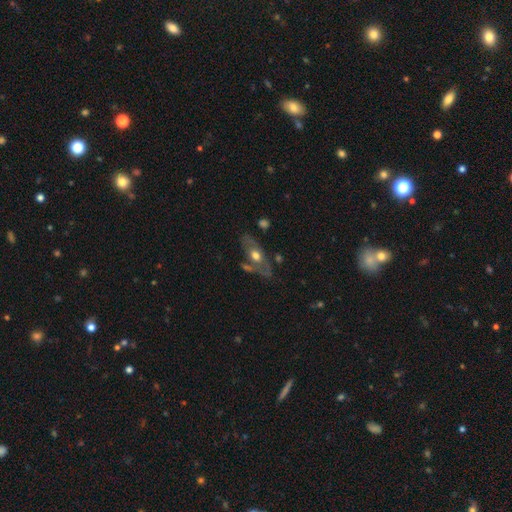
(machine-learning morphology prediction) Q: Smooth or featured?
A: featured or disk (57%); runner-up: smooth (36%)
Q: Edge-on disk?
A: no (77%); runner-up: yes (23%)
Q: Merging?
A: none (60%); runner-up: minor disturbance (19%)